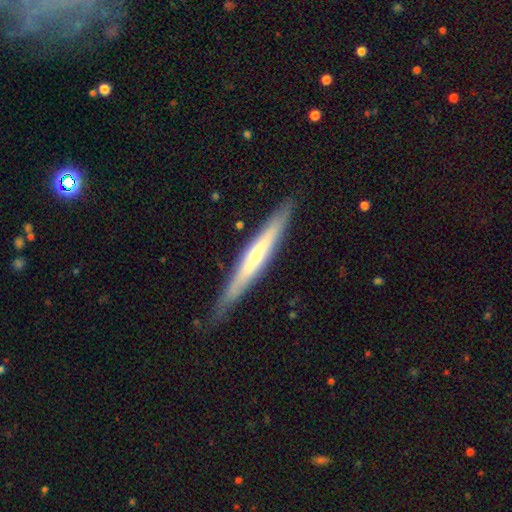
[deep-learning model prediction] A featured or disk galaxy (59%) viewed edge-on (93%) with a rounded central bulge (55%). Merging: none (85%).